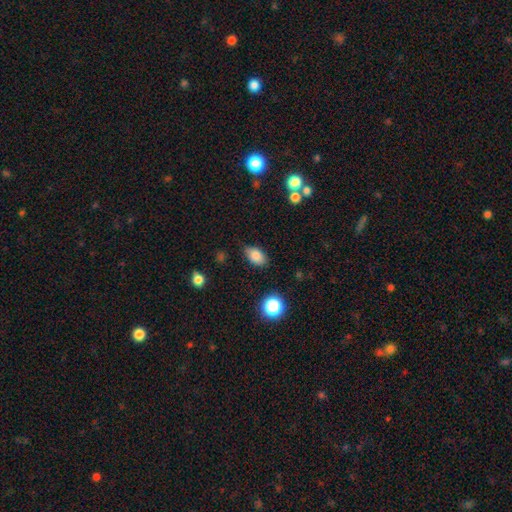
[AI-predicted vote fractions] This is clearly a smooth galaxy (83%). How rounded: clearly in between (87%). Merging: likely none (79%).